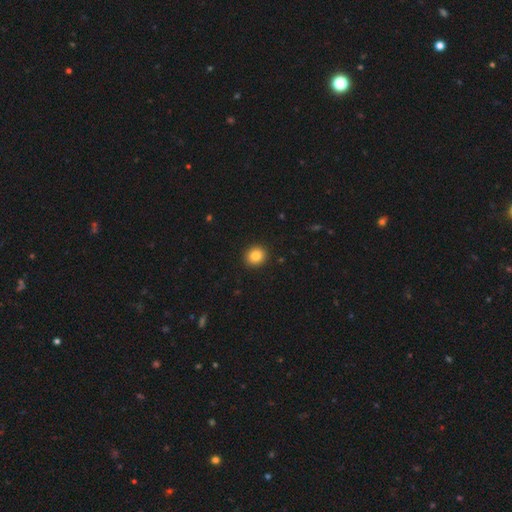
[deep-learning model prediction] Overall: smooth (84%). How rounded: round (84%). Merging: none (92%).